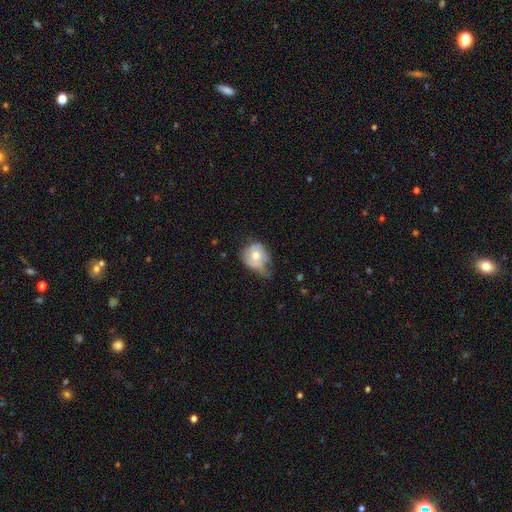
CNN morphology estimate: Q: Smooth or featured?
A: smooth (61%); runner-up: featured or disk (31%)
Q: How rounded?
A: round (66%); runner-up: in between (33%)
Q: Merging?
A: minor disturbance (42%); runner-up: major disturbance (27%)